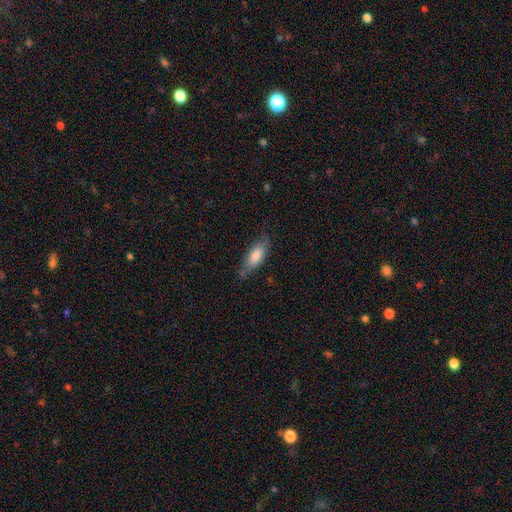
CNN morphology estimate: Smooth or featured? smooth (74%)
How rounded? in between (65%)
Merging? none (68%)